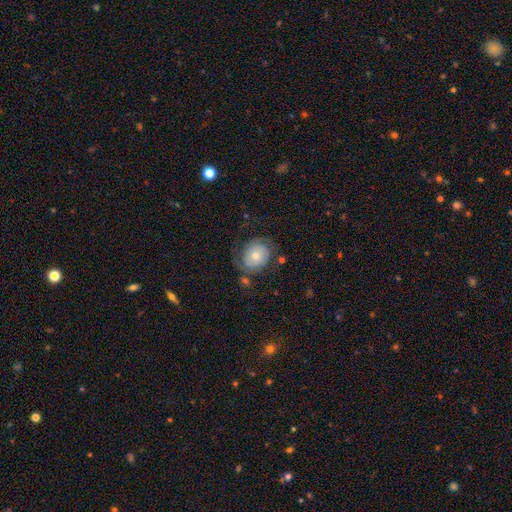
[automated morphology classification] A featured or disk galaxy (54%) with no bar (82%), spiral arms (76%) and a moderate central bulge (48%). Merging: none (63%).